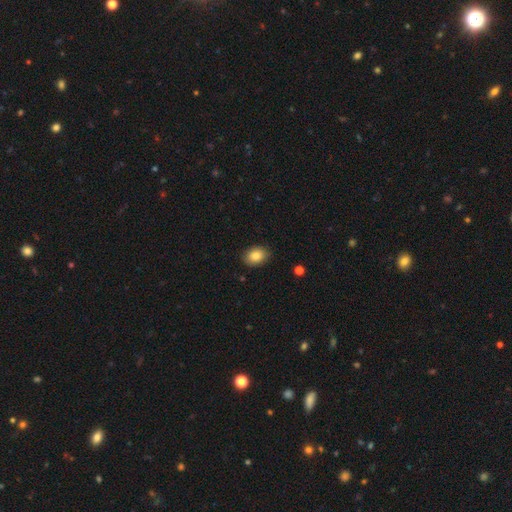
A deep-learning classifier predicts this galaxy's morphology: A smooth galaxy with no disk features (85%) that is in between round and cigar-shaped (73%). Merging: none (87%).